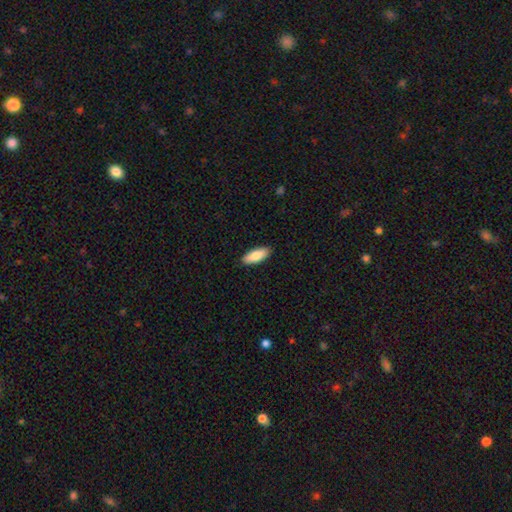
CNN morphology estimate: Smooth or featured? smooth (86%)
How rounded? in between (75%)
Merging? none (90%)